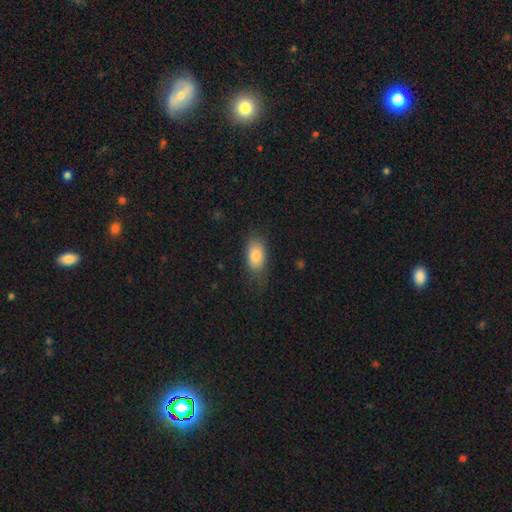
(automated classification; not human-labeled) smooth-or-featured: smooth: 83% | featured or disk: 9% | star or artifact: 7%
  how-rounded: in between: 89% | cigar-shaped: 6% | round: 5%
  merging: none: 69% | minor disturbance: 22% | major disturbance: 7% | merger: 1%